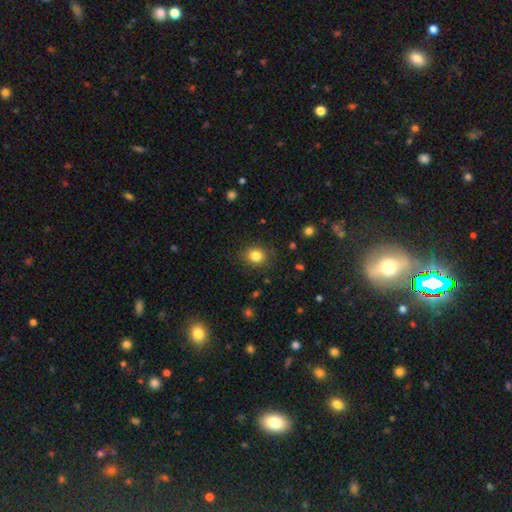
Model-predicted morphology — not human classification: smooth-or-featured: smooth: 83% | star or artifact: 11% | featured or disk: 6%
  how-rounded: round: 70% | in between: 29% | cigar-shaped: 1%
  merging: none: 85% | minor disturbance: 10% | major disturbance: 3% | merger: 1%